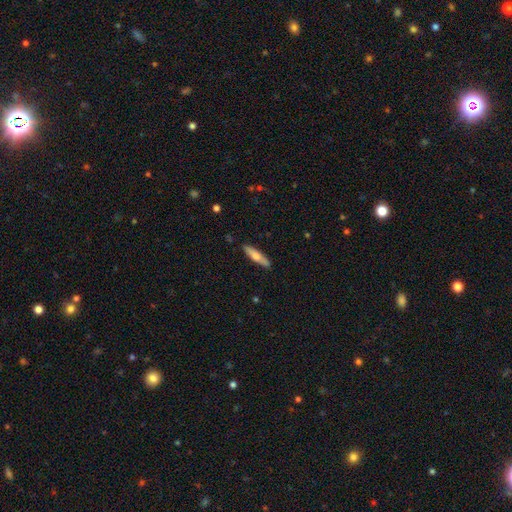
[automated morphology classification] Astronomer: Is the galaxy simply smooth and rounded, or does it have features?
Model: smooth — 56% (runner-up: featured or disk, 38%).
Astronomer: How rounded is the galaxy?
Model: cigar-shaped — 77%.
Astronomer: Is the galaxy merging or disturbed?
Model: none — 88%.